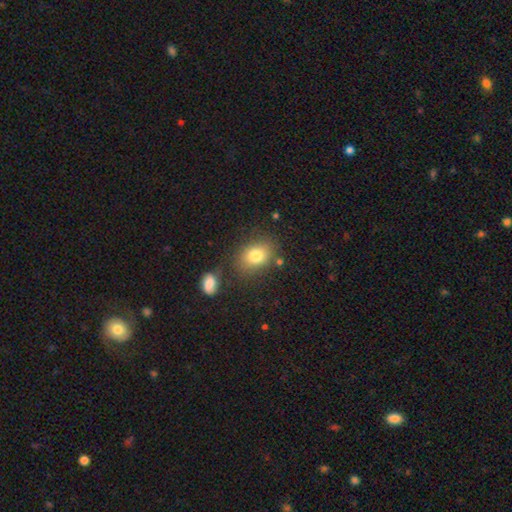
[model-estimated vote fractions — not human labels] smooth_or_featured: smooth (p=0.81) [alt: featured or disk p=0.10]
how_rounded: in between (p=0.67) [alt: round p=0.31]
merging: none (p=0.73) [alt: minor disturbance p=0.15]